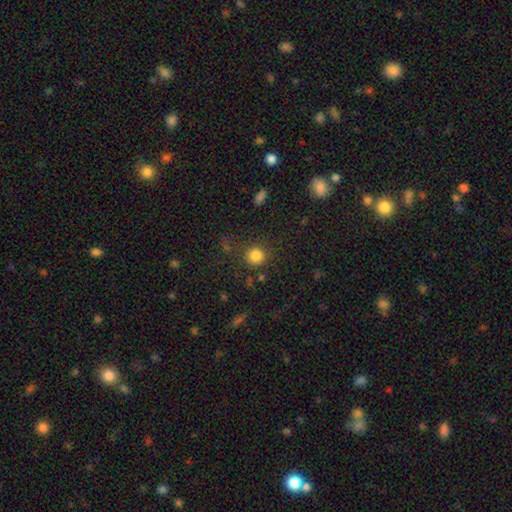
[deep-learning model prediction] smooth_or_featured: smooth (p=0.83) [alt: star or artifact p=0.12]
how_rounded: round (p=0.91) [alt: in between p=0.08]
merging: none (p=0.83) [alt: minor disturbance p=0.09]